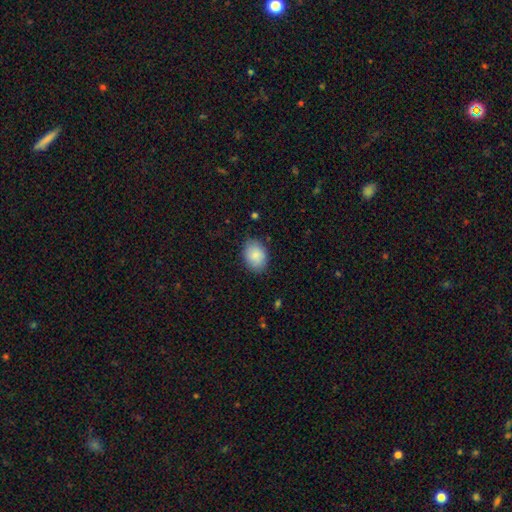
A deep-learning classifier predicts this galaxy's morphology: Smooth or featured?
  - smooth: 86% *
  - featured or disk: 7%
  - star or artifact: 7%
How rounded?
  - in between: 74% *
  - round: 25%
  - cigar-shaped: 1%
Merging?
  - none: 83% *
  - minor disturbance: 13%
  - major disturbance: 3%
  - merger: 1%